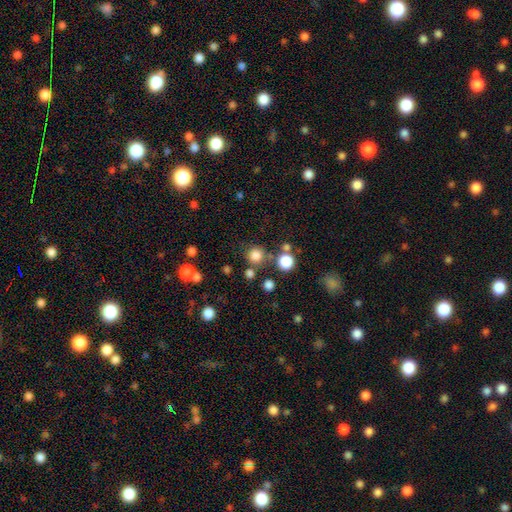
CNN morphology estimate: This is likely a smooth galaxy (80%). How rounded: clearly round (94%). Merging: likely none (78%).